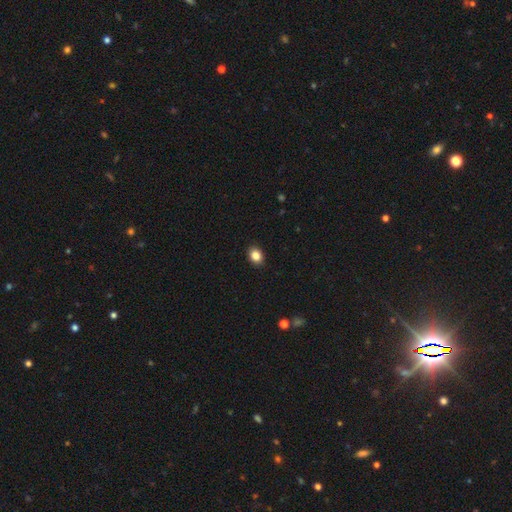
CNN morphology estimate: This appears to be a smooth galaxy with no disk features (86%) that is in between round and cigar-shaped (60%). Merging: none (90%).